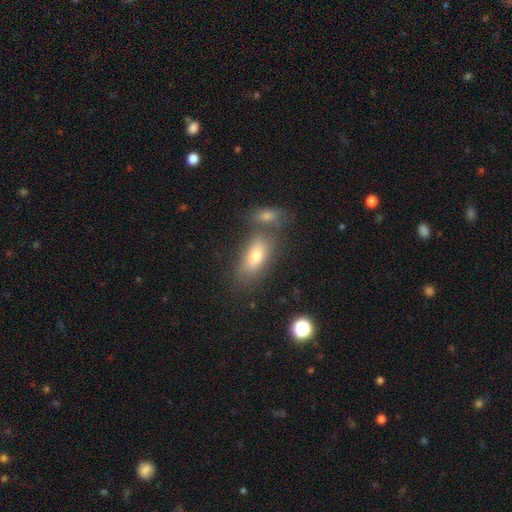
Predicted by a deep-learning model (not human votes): Morphology: type=smooth (71%); roundness=in between (83%); merging=none (56%).